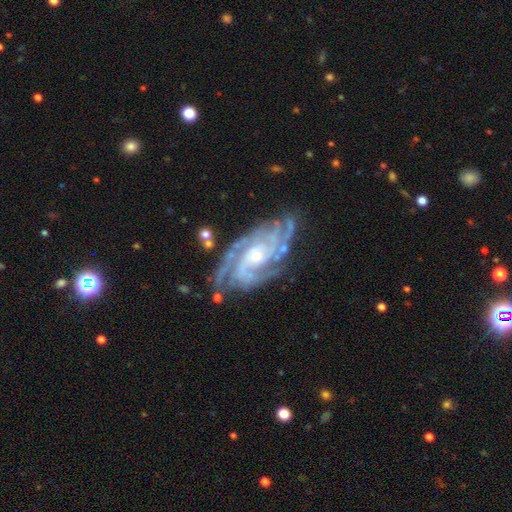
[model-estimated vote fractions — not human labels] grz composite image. It shows a featured or disk galaxy (91%) with no bar (67%), 4 (30%) tight (68%) spiral arms (98%) and a small central bulge (70%). Merging: none (72%).